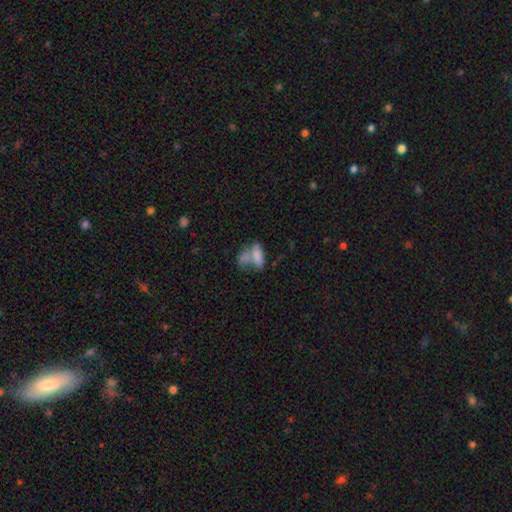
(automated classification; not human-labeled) A smooth galaxy with no disk features (75%) that is in between round and cigar-shaped (81%).

Vote fractions:
- Smooth or featured? smooth: 75% / featured or disk: 16% / star or artifact: 9%
- How rounded? in between: 81% / cigar-shaped: 13% / round: 6%
- Merging? merger: 56% / none: 26% / minor disturbance: 11% / major disturbance: 8%